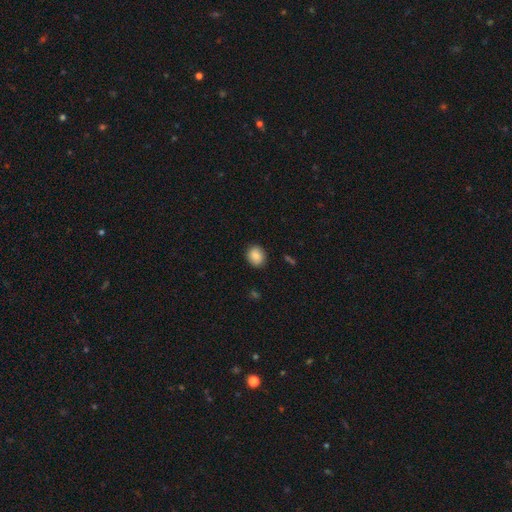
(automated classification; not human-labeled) Smooth or featured? smooth (85%)
How rounded? round (66%)
Merging? none (88%)